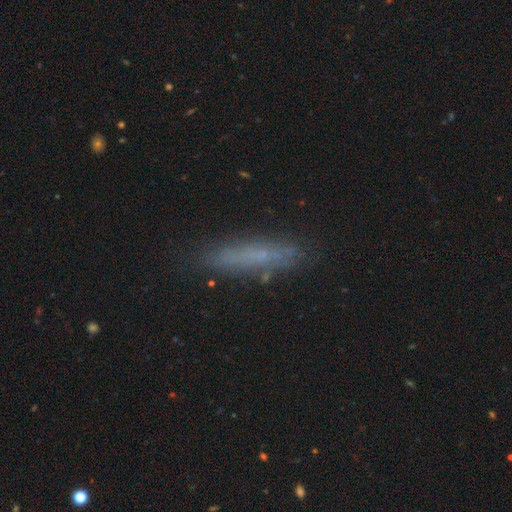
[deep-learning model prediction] Morphology: type=smooth (56%); roundness=cigar-shaped (88%); merging=none (83%).